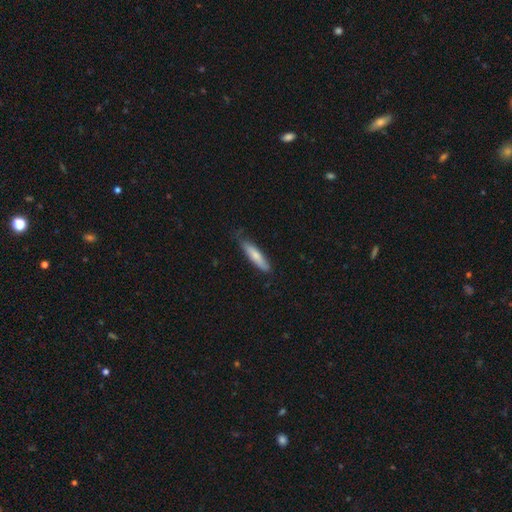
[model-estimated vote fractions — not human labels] Smooth or featured: smooth — 75% (featured or disk — 20%)
How rounded: cigar-shaped — 81% (in between — 17%)
Merging: none — 70% (minor disturbance — 25%)